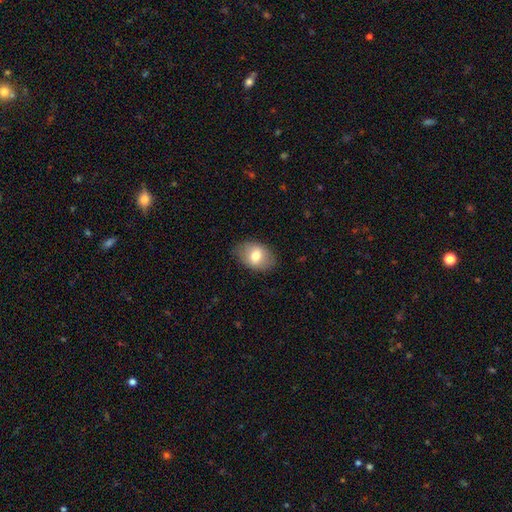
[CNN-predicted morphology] smooth 73%, featured or disk 19%, star or artifact 8%. Down the decision tree: how rounded — in between (81%); merging — none (83%).